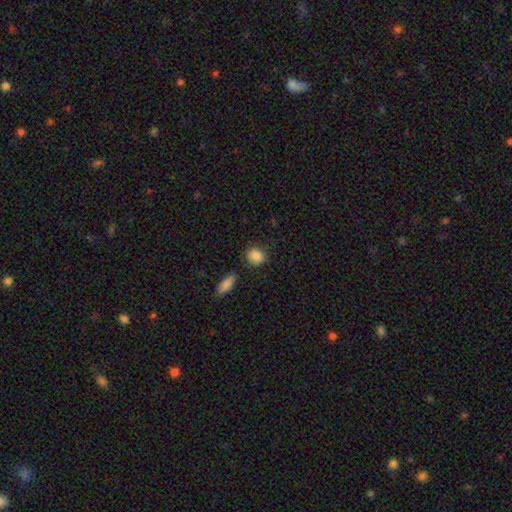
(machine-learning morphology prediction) Smooth or featured? Predicted: smooth (p=0.87). How rounded? Predicted: round (p=0.53). Merging? Predicted: none (p=0.81).